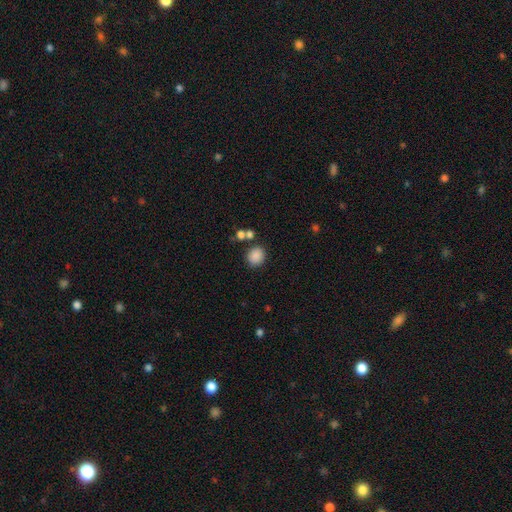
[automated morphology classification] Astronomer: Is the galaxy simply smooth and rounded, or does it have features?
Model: smooth — 86%.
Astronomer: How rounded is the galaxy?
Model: round — 75%.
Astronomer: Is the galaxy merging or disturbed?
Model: none — 77%.